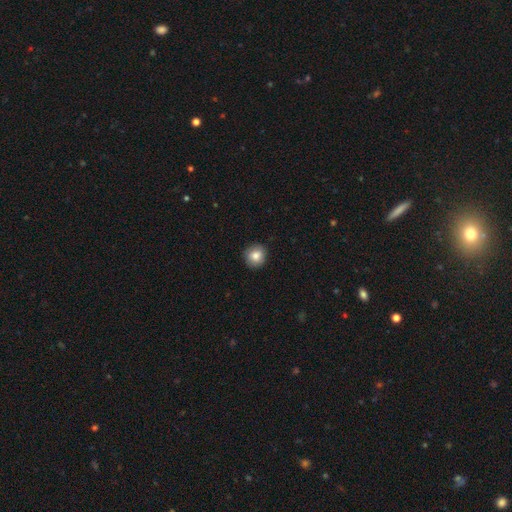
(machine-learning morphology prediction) smooth 83%, star or artifact 9%, featured or disk 8%. Down the decision tree: how rounded — round (91%); merging — none (89%).